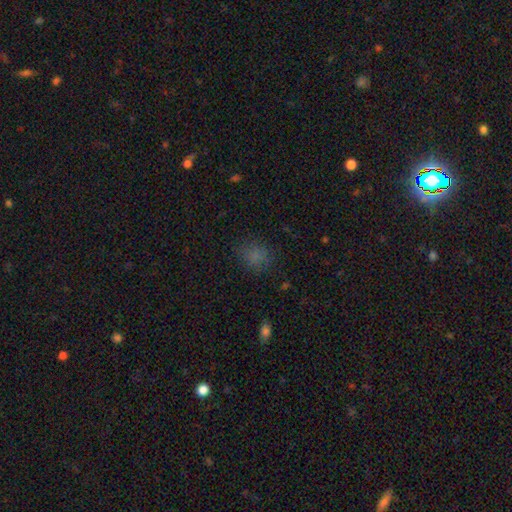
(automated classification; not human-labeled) Smooth or featured?
  - smooth: 76% *
  - star or artifact: 17%
  - featured or disk: 7%
How rounded?
  - round: 67% *
  - in between: 31%
  - cigar-shaped: 1%
Merging?
  - none: 78% *
  - minor disturbance: 15%
  - major disturbance: 5%
  - merger: 1%